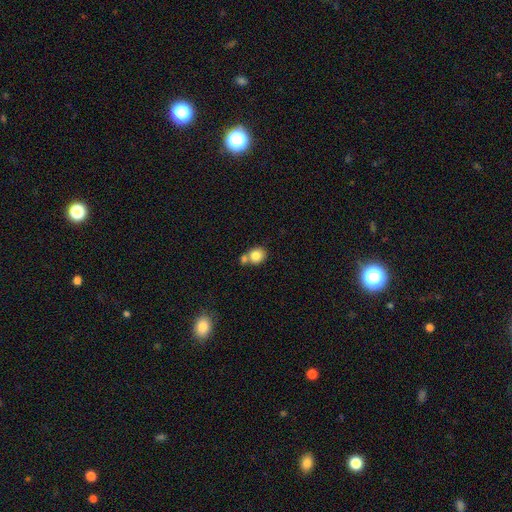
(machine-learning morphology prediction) A smooth galaxy with no disk features (82%) that is round (75%). Merging: none (48%).